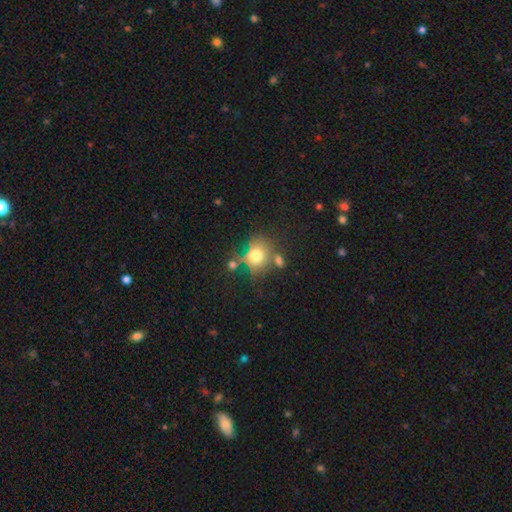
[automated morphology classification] A smooth galaxy with no disk features (73%) that is round (67%). Merging: none (57%).